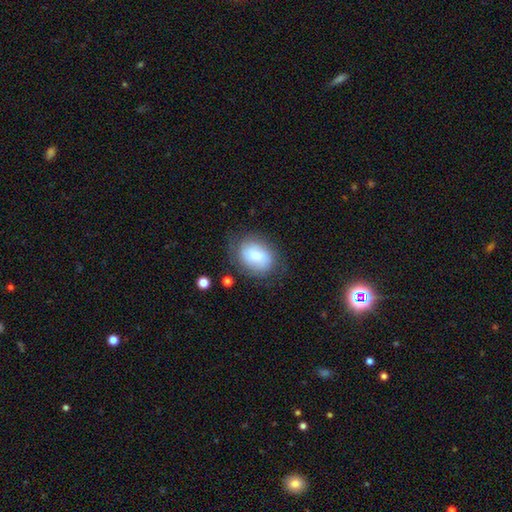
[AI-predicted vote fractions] This is likely a smooth galaxy (66%). How rounded: likely in between (61%). Merging: likely none (66%).